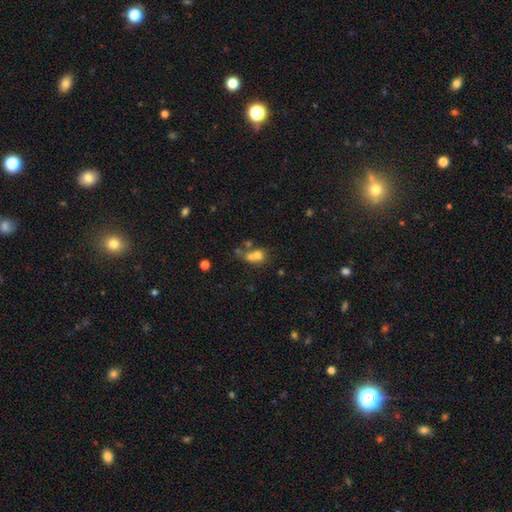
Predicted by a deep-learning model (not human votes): smooth-or-featured: smooth: 65% | featured or disk: 20% | star or artifact: 15%
  how-rounded: round: 60% | in between: 38% | cigar-shaped: 2%
  merging: merger: 57% | none: 25% | minor disturbance: 9% | major disturbance: 9%